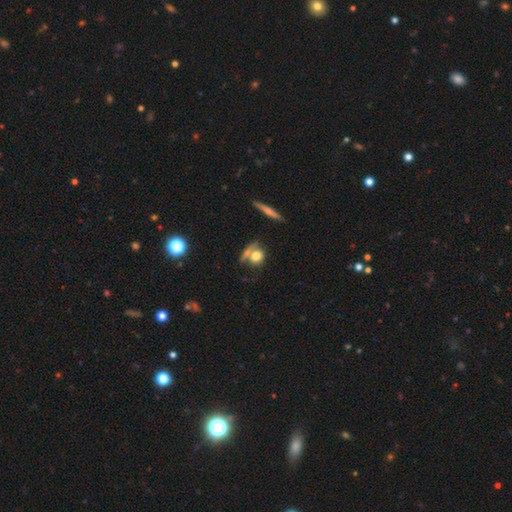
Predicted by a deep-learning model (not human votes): Overall: smooth (70%). How rounded: round (67%; in between 28%). Merging: none (48%; merger 28%).